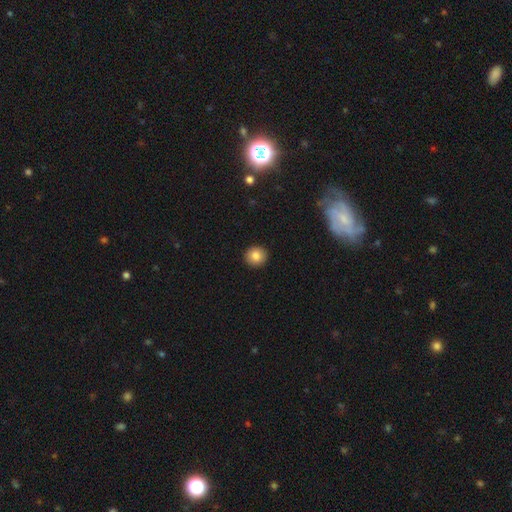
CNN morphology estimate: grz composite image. It shows a smooth galaxy with no disk features (84%) that is round (89%). Merging: none (92%).